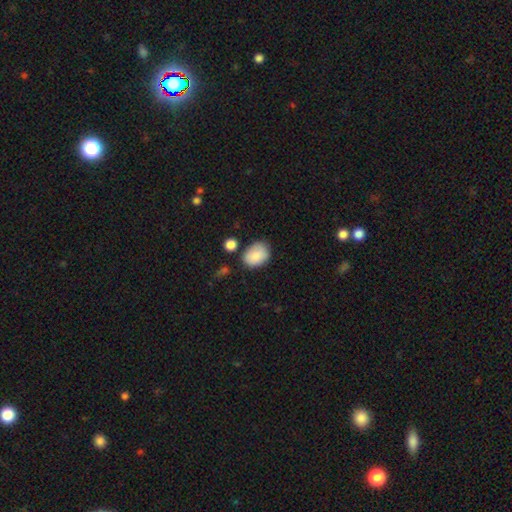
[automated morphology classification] A smooth galaxy with no disk features (85%) that is in between round and cigar-shaped (73%). Merging: none (71%).